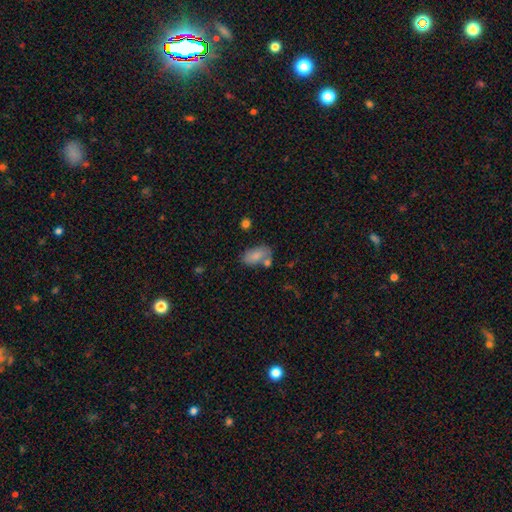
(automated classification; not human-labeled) Smooth or featured? Predicted: smooth (p=0.80). How rounded? Predicted: in between (p=0.92). Merging? Predicted: none (p=0.54).